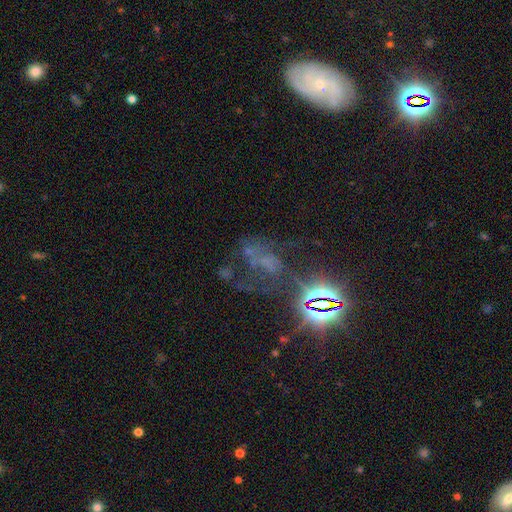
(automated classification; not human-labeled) This is possibly a star or artifact rather than a galaxy (47%).